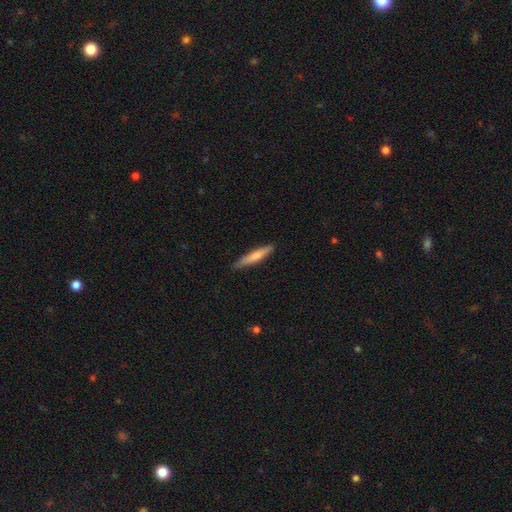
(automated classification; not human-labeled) Q: Smooth or featured?
A: smooth (70%); runner-up: featured or disk (24%)
Q: How rounded?
A: cigar-shaped (91%); runner-up: in between (8%)
Q: Merging?
A: none (82%); runner-up: minor disturbance (14%)